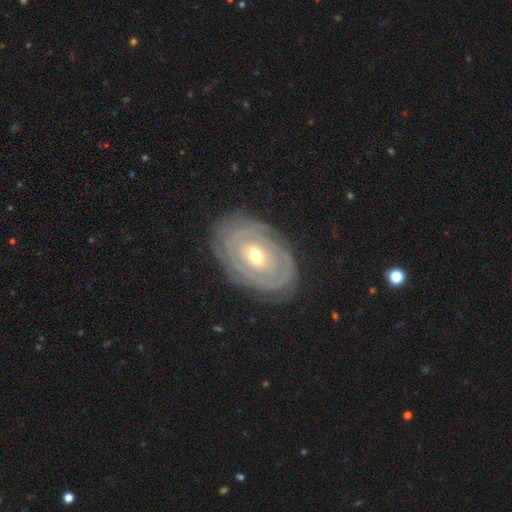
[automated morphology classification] A featured or disk galaxy (83%) with no bar (61%), tight (85%) spiral arms (88%) and a moderate central bulge (55%). Merging: none (84%).